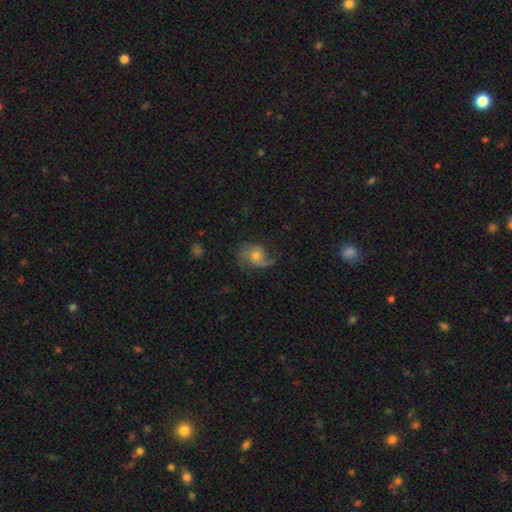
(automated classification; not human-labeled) This is likely a featured or disk galaxy (65%). It is clearly not viewed edge-on (97%). Bar: likely no (75%). Spiral arm pattern: clearly yes (91%). Spiral arm count: possibly 2 (58%). Spiral winding: possibly loose (55%). Central bulge: possibly moderate (56%). Merging: possibly none (53%).